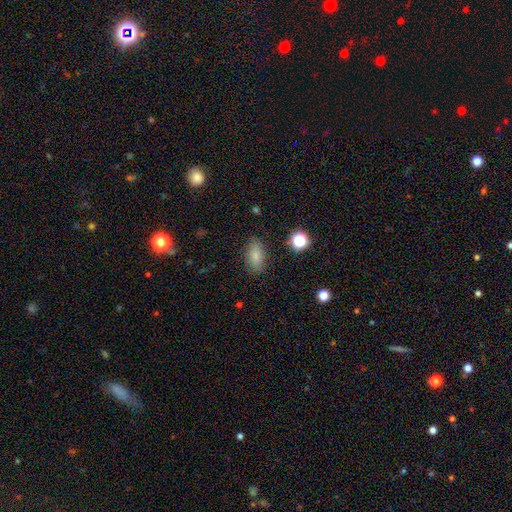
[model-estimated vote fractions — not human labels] Smooth or featured?
  - smooth: 81% *
  - star or artifact: 10%
  - featured or disk: 9%
How rounded?
  - in between: 87% *
  - round: 8%
  - cigar-shaped: 4%
Merging?
  - none: 83% *
  - minor disturbance: 12%
  - major disturbance: 3%
  - merger: 2%